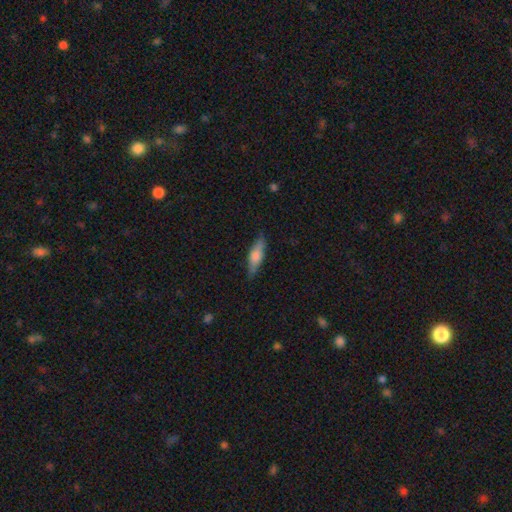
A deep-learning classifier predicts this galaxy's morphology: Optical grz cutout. It shows a smooth galaxy with no disk features (63%) that is cigar-shaped (53%). Merging: none (79%).